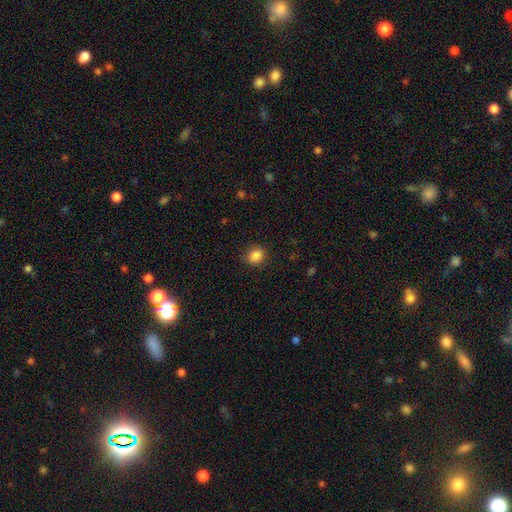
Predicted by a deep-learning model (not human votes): Morphology: type=smooth (87%); roundness=round (76%); merging=none (85%).